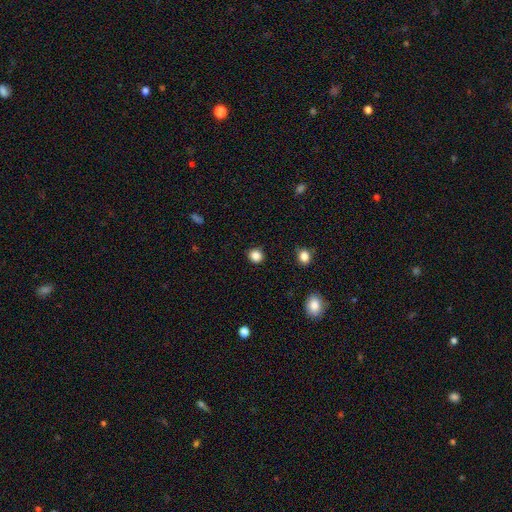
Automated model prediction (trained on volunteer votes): A smooth galaxy with no disk features (85%) that is round (87%). Merging: none (91%).